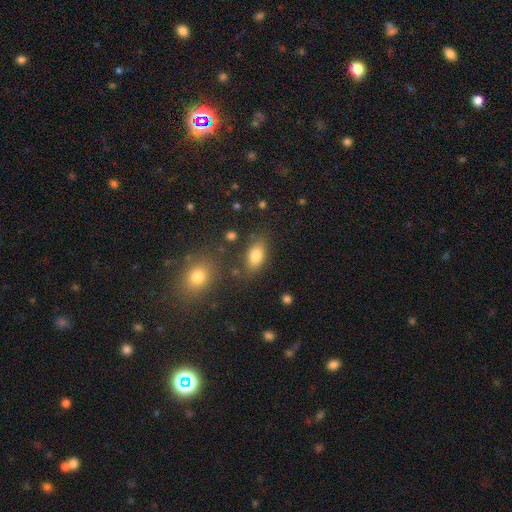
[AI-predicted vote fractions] Morphology: type=smooth (82%); roundness=in between (88%); merging=none (76%).